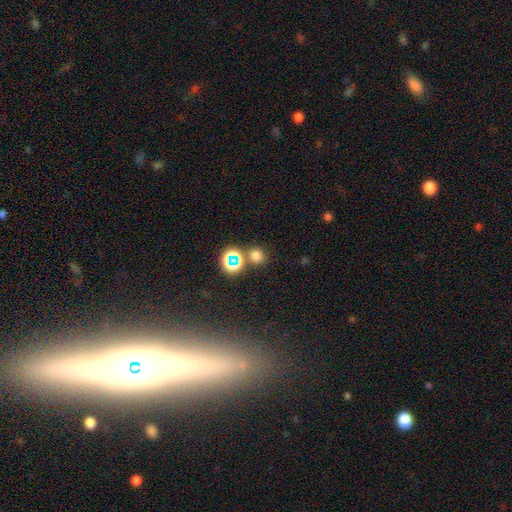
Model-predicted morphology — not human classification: type=smooth (68%); roundness=round (82%); merging=none (73%).